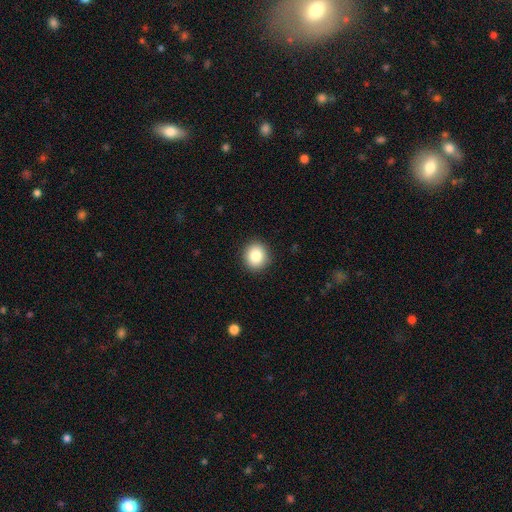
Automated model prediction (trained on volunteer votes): Smooth or featured?
  - smooth: 84% *
  - star or artifact: 9%
  - featured or disk: 7%
How rounded?
  - round: 87% *
  - in between: 12%
  - cigar-shaped: 1%
Merging?
  - none: 92% *
  - minor disturbance: 6%
  - major disturbance: 2%
  - merger: 1%